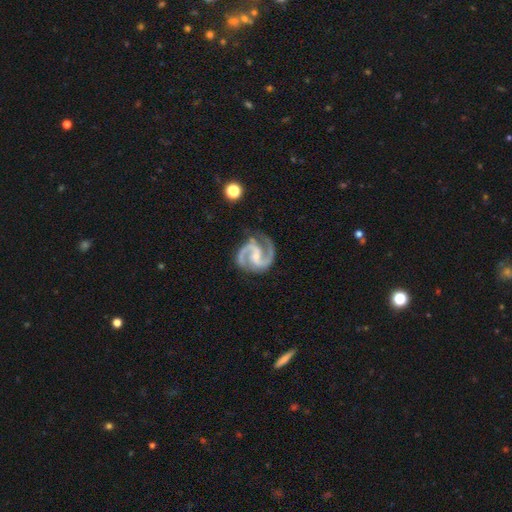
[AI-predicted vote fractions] The model was most divided on "bar": weak: 42%, no: 31%, strong: 27%. More confident: spiral arms — yes (99%); edge-on disk — no (98%); smooth or featured — featured or disk (94%); spiral arm count — 2 (93%); merging — none (78%); spiral winding — medium (67%); bulge size — small (62%).